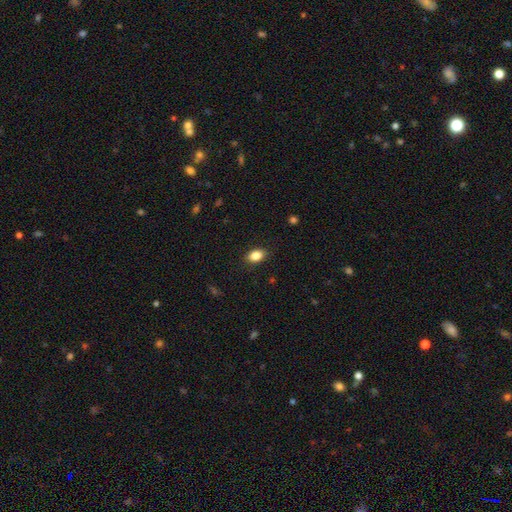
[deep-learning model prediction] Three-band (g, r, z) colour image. It shows a smooth galaxy with no disk features (86%) that is in between round and cigar-shaped (84%). Merging: none (87%).